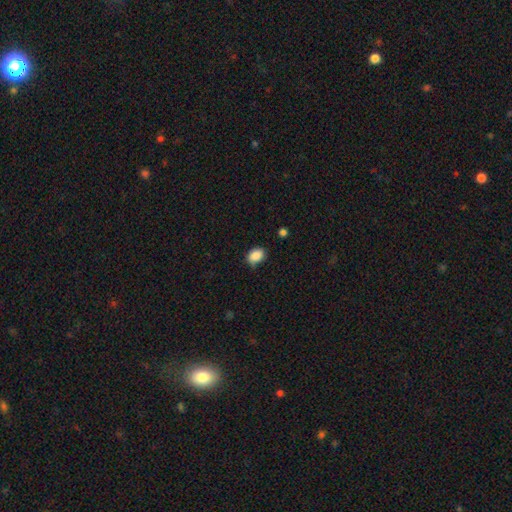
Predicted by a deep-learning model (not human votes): Overall: smooth (88%). How rounded: in between (73%). Merging: none (73%).